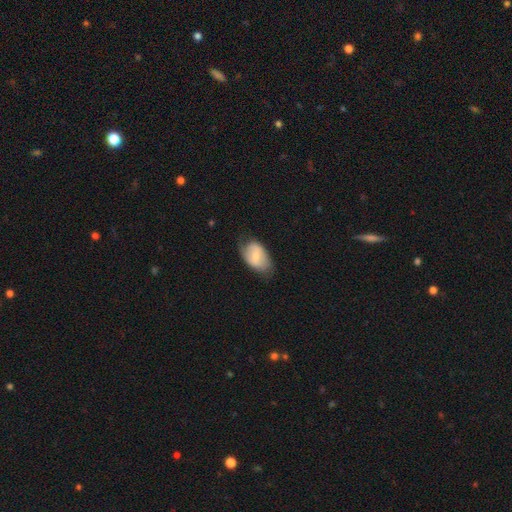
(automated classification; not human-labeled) Overall: smooth (53%; featured or disk 41%). How rounded: in between (89%). Merging: none (64%; minor disturbance 27%).